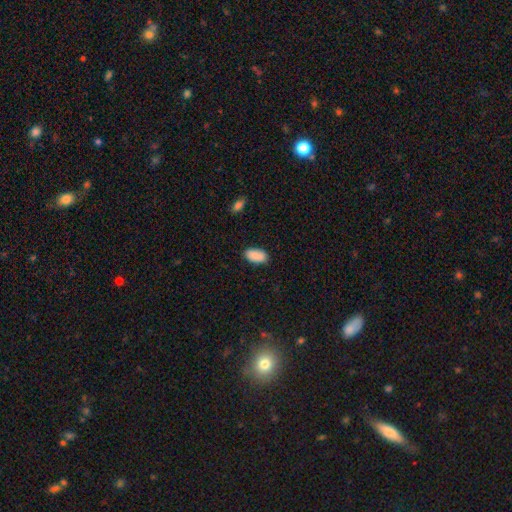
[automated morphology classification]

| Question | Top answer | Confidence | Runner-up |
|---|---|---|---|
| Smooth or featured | smooth | 90% | star or artifact (7%) |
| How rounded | in between | 94% | cigar-shaped (3%) |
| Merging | none | 87% | minor disturbance (9%) |